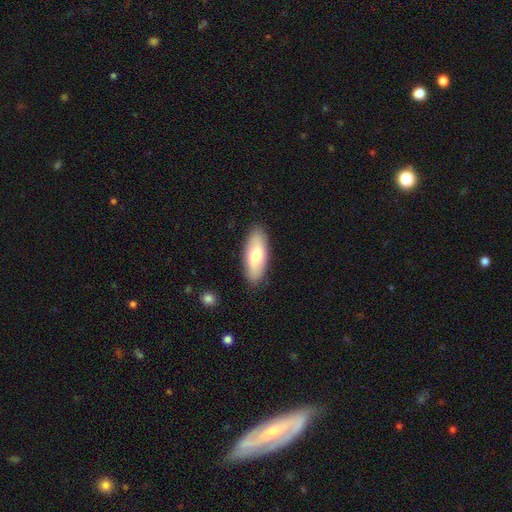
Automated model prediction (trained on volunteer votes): Q: Smooth or featured?
A: smooth (70%); runner-up: featured or disk (24%)
Q: How rounded?
A: in between (79%); runner-up: cigar-shaped (18%)
Q: Merging?
A: none (88%); runner-up: minor disturbance (9%)